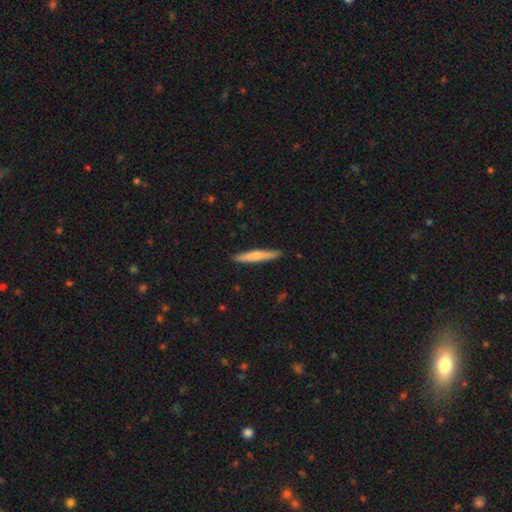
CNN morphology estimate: Q: Smooth or featured?
A: smooth (63%); runner-up: featured or disk (32%)
Q: How rounded?
A: cigar-shaped (94%); runner-up: in between (5%)
Q: Merging?
A: none (89%); runner-up: minor disturbance (8%)